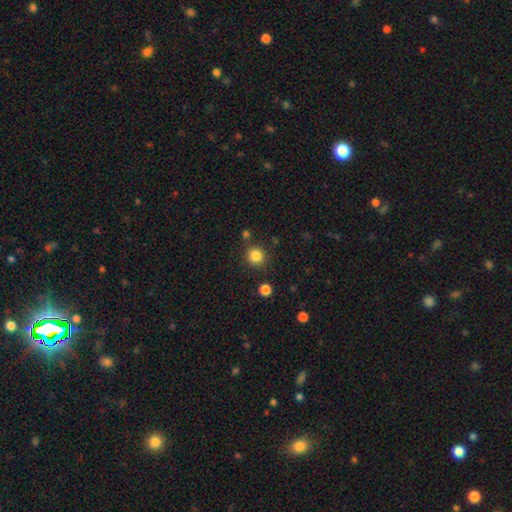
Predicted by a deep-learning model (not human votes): Smooth or featured: smooth — 84% (star or artifact — 11%)
How rounded: round — 93% (in between — 6%)
Merging: none — 85% (minor disturbance — 8%)